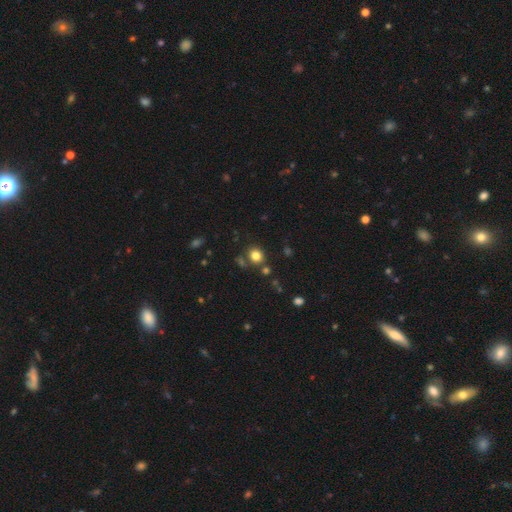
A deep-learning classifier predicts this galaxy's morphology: This is clearly a smooth galaxy (80%). How rounded: likely round (79%). Merging: likely none (79%).